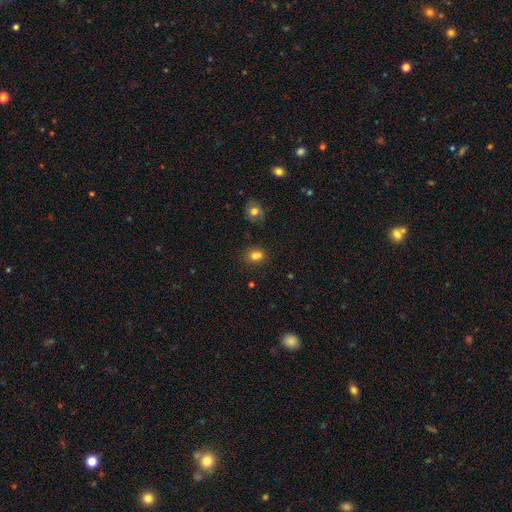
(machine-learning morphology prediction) Smooth or featured? Predicted: smooth (p=0.78). How rounded? Predicted: in between (p=0.52). Merging? Predicted: none (p=0.63).